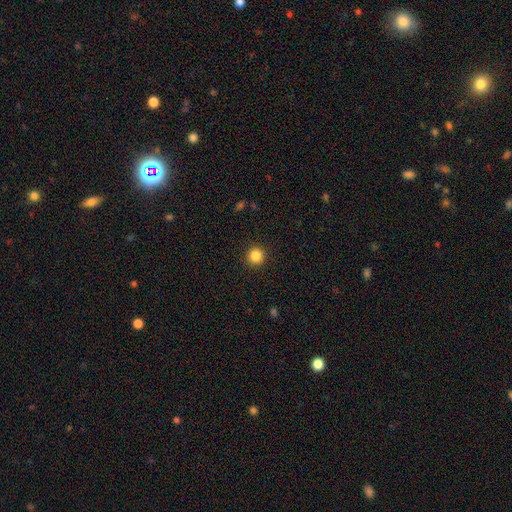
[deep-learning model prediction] Smooth or featured?
  - smooth: 85% *
  - star or artifact: 11%
  - featured or disk: 4%
How rounded?
  - round: 95% *
  - in between: 4%
  - cigar-shaped: 1%
Merging?
  - none: 93% *
  - minor disturbance: 5%
  - major disturbance: 2%
  - merger: 1%